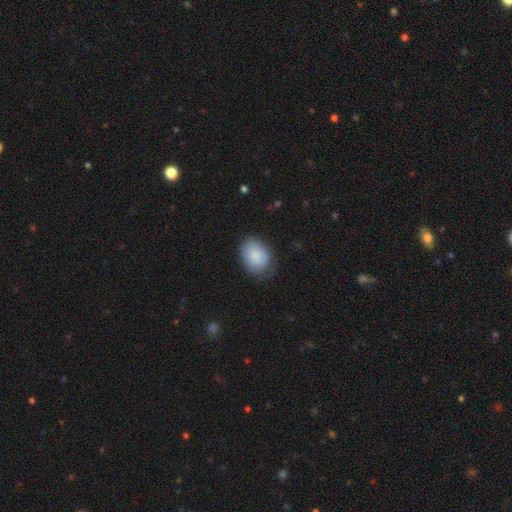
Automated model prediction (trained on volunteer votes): Smooth or featured? Predicted: smooth (p=0.85). How rounded? Predicted: in between (p=0.72). Merging? Predicted: none (p=0.67).